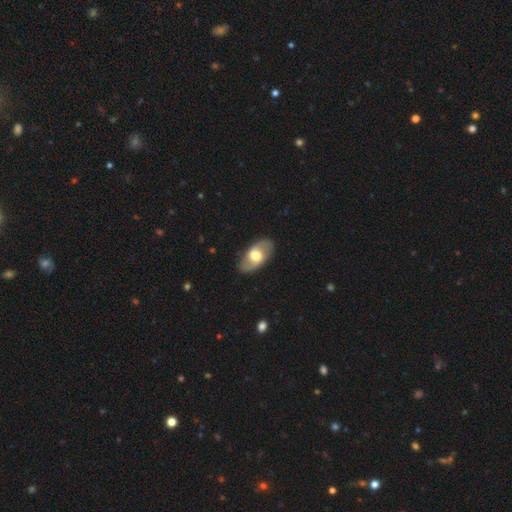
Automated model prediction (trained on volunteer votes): Smooth or featured? featured or disk (55%)
Edge-on disk? no (89%)
Merging? none (84%)